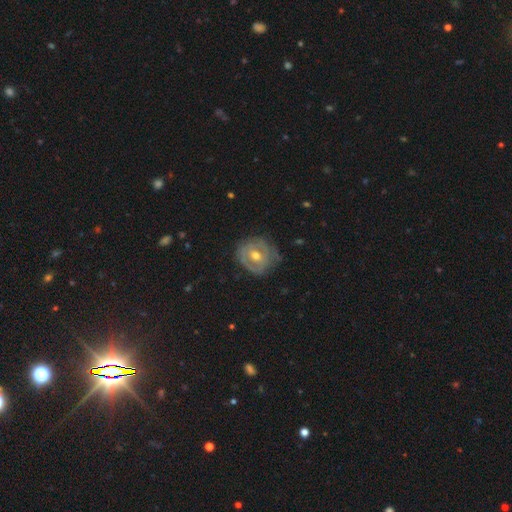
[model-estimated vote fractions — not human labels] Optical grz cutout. It shows a featured or disk galaxy (65%) with no bar (55%), spiral arms (57%) and a moderate central bulge (74%). Merging: none (68%).